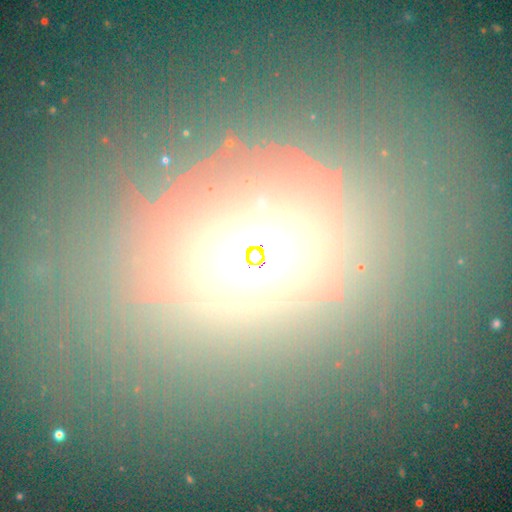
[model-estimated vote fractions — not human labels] Smooth or featured?
  - smooth: 43% *
  - star or artifact: 32%
  - featured or disk: 25%
Merging?
  - none: 76% *
  - minor disturbance: 11%
  - major disturbance: 8%
  - merger: 5%